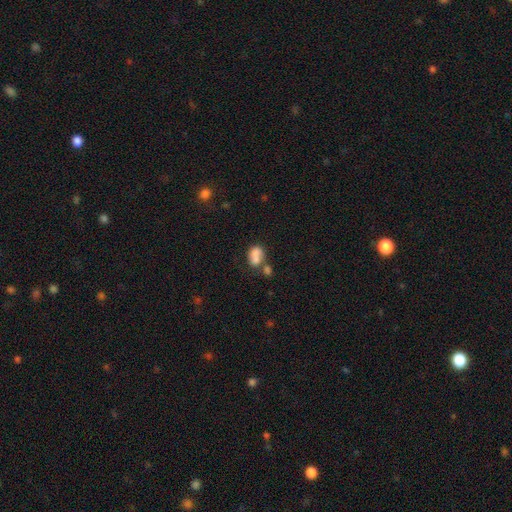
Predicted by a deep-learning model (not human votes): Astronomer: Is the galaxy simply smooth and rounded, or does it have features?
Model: smooth — 79%.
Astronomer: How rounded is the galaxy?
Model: in between — 79%.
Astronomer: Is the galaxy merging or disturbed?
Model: merger — 46% (runner-up: none, 32%).